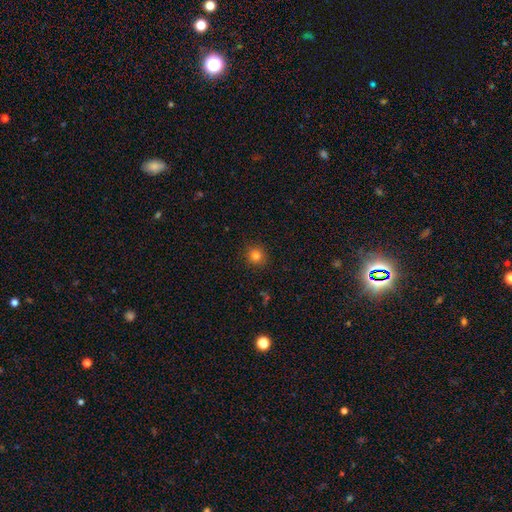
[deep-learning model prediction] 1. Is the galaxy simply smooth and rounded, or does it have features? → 80% smooth, 14% star or artifact, 6% featured or disk.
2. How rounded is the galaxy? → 90% round, 9% in between, 1% cigar-shaped.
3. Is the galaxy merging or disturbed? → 90% none, 7% minor disturbance, 2% major disturbance, 1% merger.